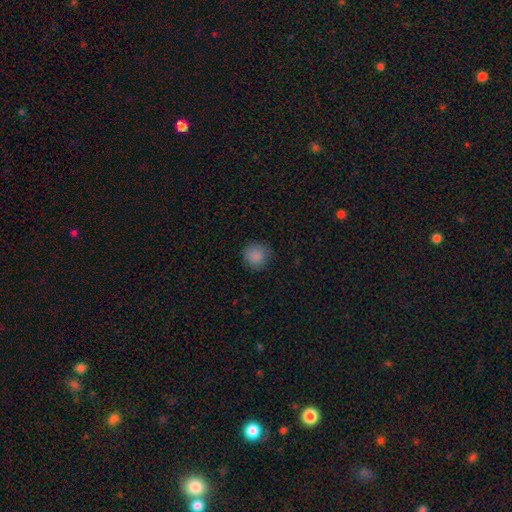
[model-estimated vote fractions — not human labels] Q: Smooth or featured?
A: smooth (87%); runner-up: star or artifact (10%)
Q: How rounded?
A: round (93%); runner-up: in between (7%)
Q: Merging?
A: none (84%); runner-up: minor disturbance (12%)